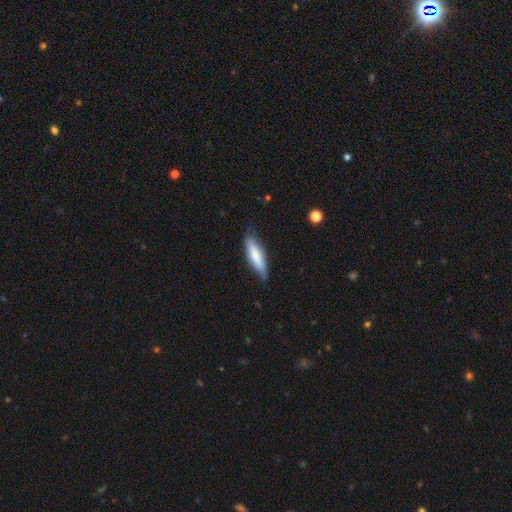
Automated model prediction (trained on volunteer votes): Overall: smooth (74%). How rounded: cigar-shaped (65%; in between 33%). Merging: none (72%).